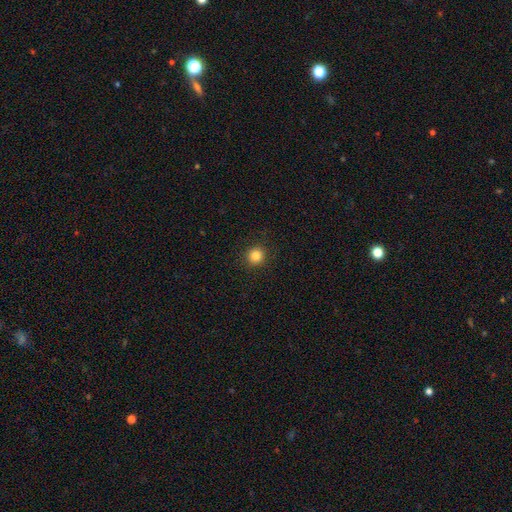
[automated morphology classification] Smooth or featured? smooth (83%)
How rounded? round (90%)
Merging? none (92%)